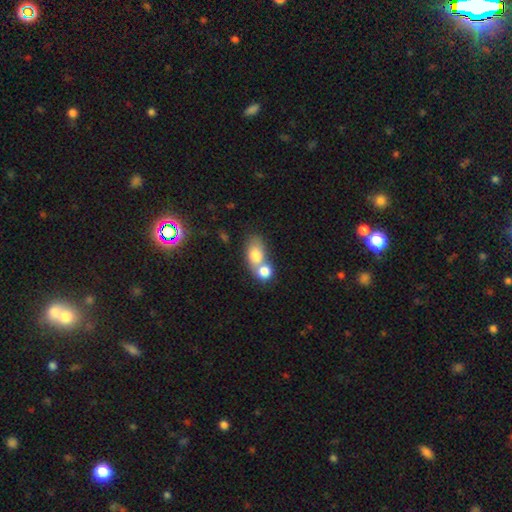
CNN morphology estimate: Overall: smooth (75%). How rounded: in between (72%). Merging: merger (61%; none 27%).